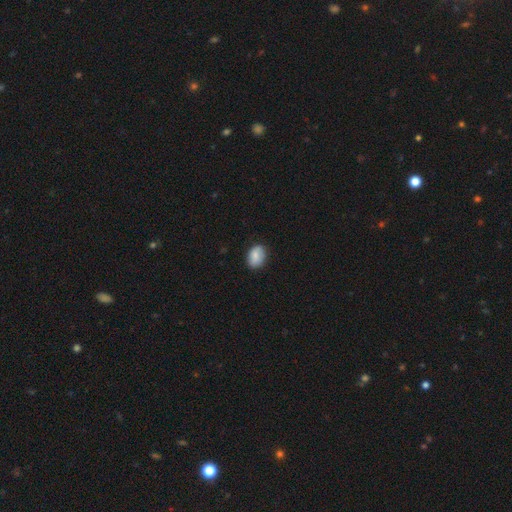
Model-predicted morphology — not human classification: smooth 82%, featured or disk 11%, star or artifact 7%. Down the decision tree: how rounded — in between (77%); merging — none (84%).